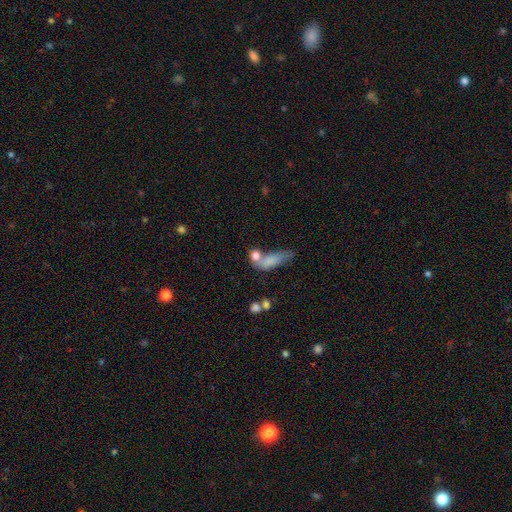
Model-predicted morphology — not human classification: The model was most divided on "merging": none: 37%, merger: 34%, minor disturbance: 17%, major disturbance: 12%. More confident: smooth or featured — smooth (76%); how rounded — in between (52%).